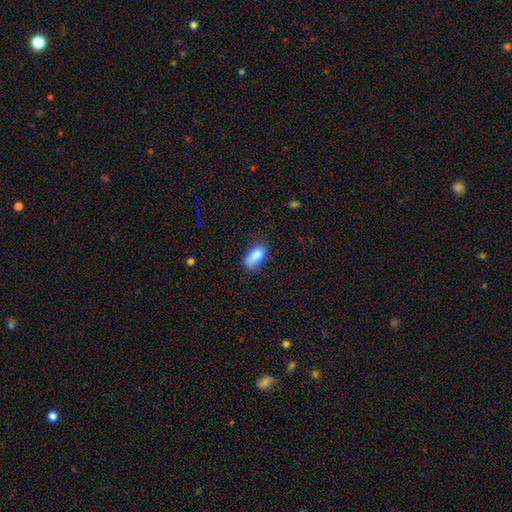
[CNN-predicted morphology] smooth_or_featured: smooth (p=0.88) [alt: star or artifact p=0.08]
how_rounded: in between (p=0.90) [alt: cigar-shaped p=0.07]
merging: none (p=0.70) [alt: minor disturbance p=0.23]